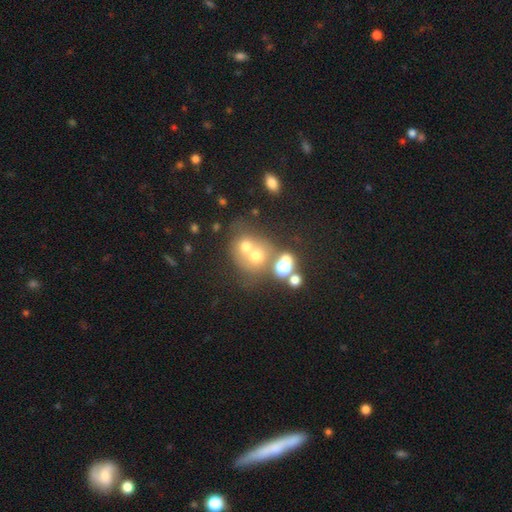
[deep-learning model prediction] Overall: smooth (57%; featured or disk 24%). How rounded: round (75%). Merging: merger (55%; none 32%).